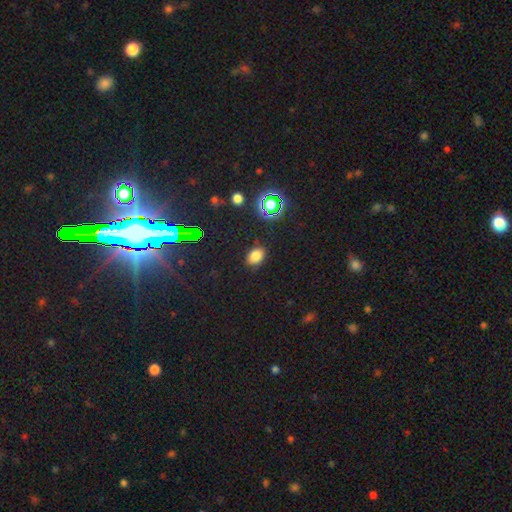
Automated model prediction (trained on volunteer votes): A smooth galaxy with no disk features (76%) that is in between round and cigar-shaped (77%). Merging: none (83%).